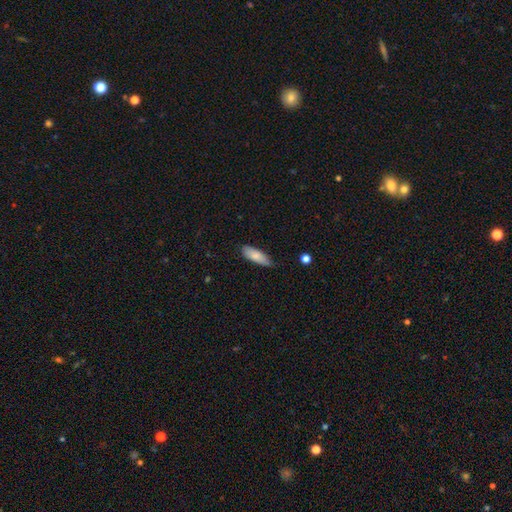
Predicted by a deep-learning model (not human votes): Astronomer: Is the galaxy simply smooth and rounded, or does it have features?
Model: smooth — 80%.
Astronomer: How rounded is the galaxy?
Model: in between — 66%.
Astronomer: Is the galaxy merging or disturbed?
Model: none — 67%.